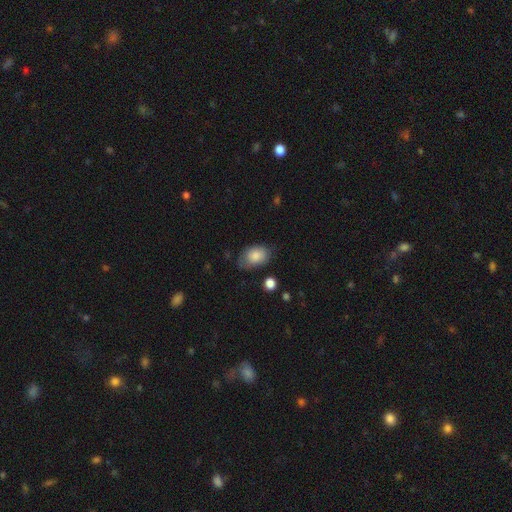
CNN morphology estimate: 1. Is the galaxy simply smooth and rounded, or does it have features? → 83% smooth, 10% featured or disk, 7% star or artifact.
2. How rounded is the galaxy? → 87% in between, 12% round, 1% cigar-shaped.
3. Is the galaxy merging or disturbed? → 65% none, 26% minor disturbance, 7% major disturbance, 2% merger.